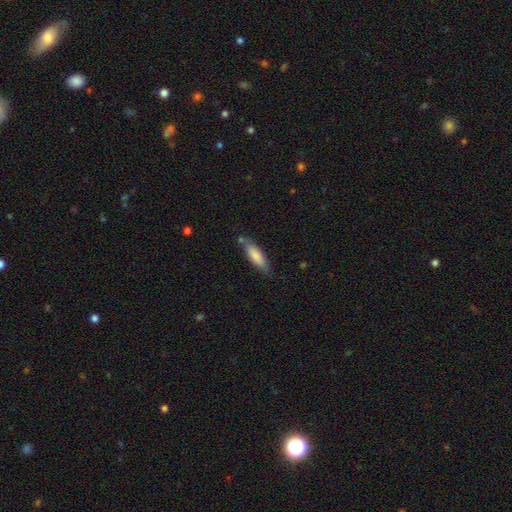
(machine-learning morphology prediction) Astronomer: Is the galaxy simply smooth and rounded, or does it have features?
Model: smooth — 79%.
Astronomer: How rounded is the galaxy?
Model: cigar-shaped — 57% (runner-up: in between, 42%).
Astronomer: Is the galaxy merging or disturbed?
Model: none — 72%.